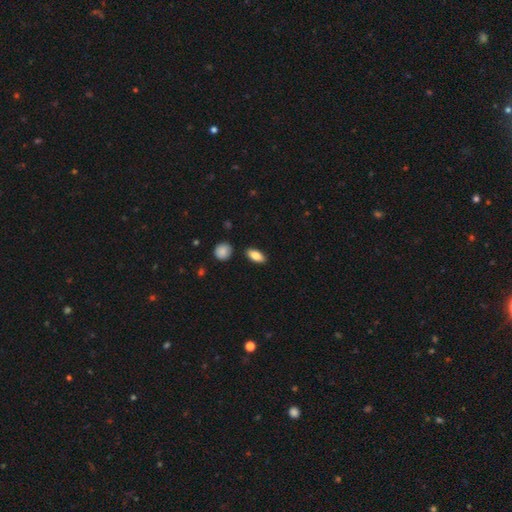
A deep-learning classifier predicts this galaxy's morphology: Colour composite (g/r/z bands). It shows a smooth galaxy with no disk features (82%) that is in between round and cigar-shaped (85%). Merging: none (88%).